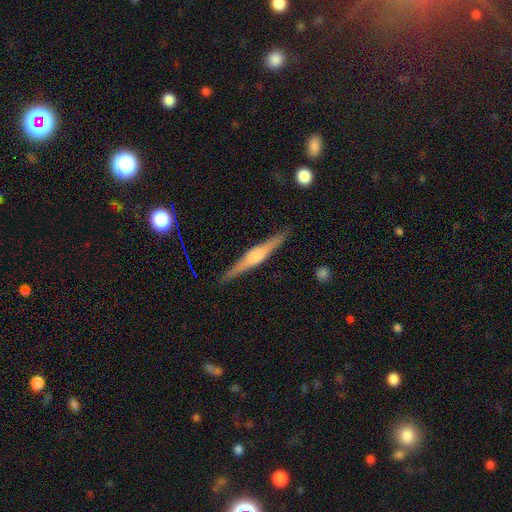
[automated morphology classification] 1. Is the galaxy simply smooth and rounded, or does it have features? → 76% featured or disk, 18% smooth, 6% star or artifact.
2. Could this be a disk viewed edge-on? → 98% yes, 2% no.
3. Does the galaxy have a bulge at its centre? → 73% rounded, 20% boxy, 7% none.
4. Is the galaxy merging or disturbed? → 90% none, 7% minor disturbance, 1% major disturbance, 1% merger.